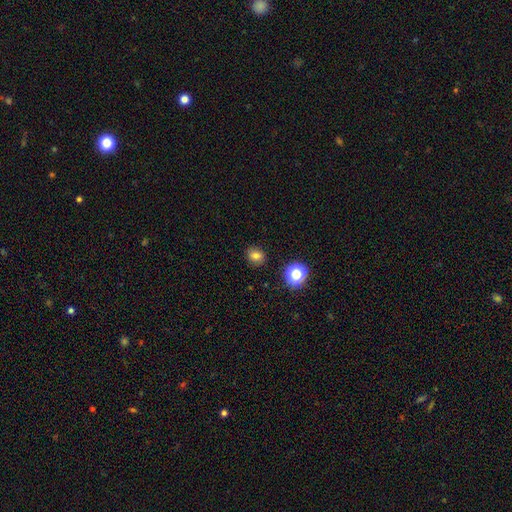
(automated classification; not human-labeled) The model was most divided on "how rounded": round: 69%, in between: 30%, cigar-shaped: 1%. More confident: merging — none (87%); smooth or featured — smooth (76%).